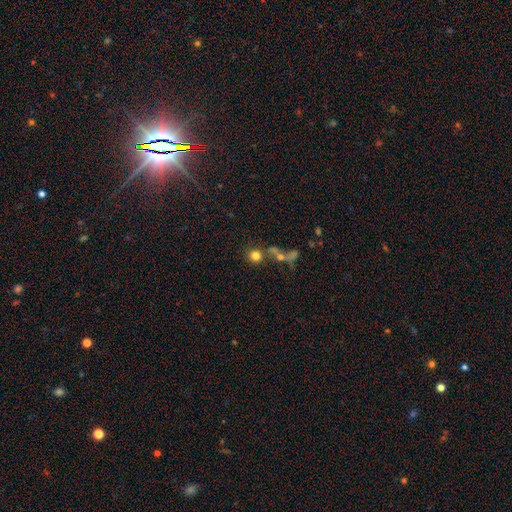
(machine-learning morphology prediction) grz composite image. It shows a smooth galaxy with no disk features (75%) that is round (90%). Merging: none (60%).